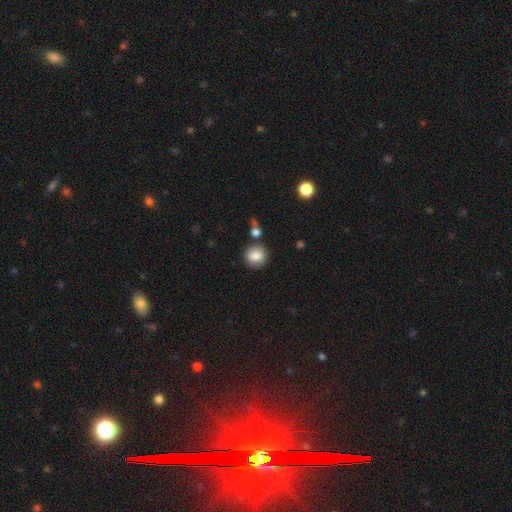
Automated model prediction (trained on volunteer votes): smooth-or-featured: smooth: 84% | star or artifact: 9% | featured or disk: 7%
  how-rounded: round: 91% | in between: 8% | cigar-shaped: 1%
  merging: none: 83% | minor disturbance: 8% | merger: 7% | major disturbance: 2%